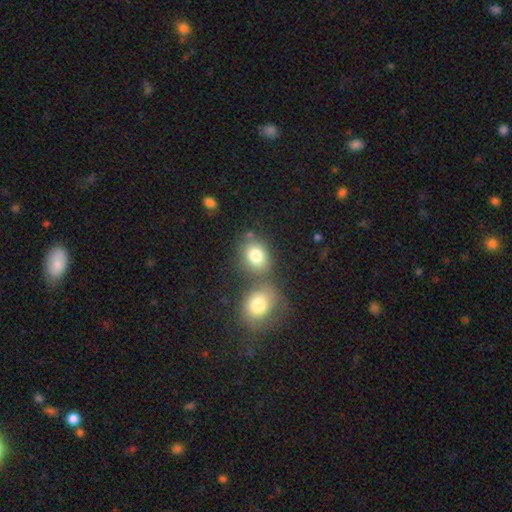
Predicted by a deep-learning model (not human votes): smooth_or_featured: smooth (p=0.80) [alt: featured or disk p=0.11]
how_rounded: round (p=0.55) [alt: in between p=0.44]
merging: none (p=0.48) [alt: merger p=0.37]